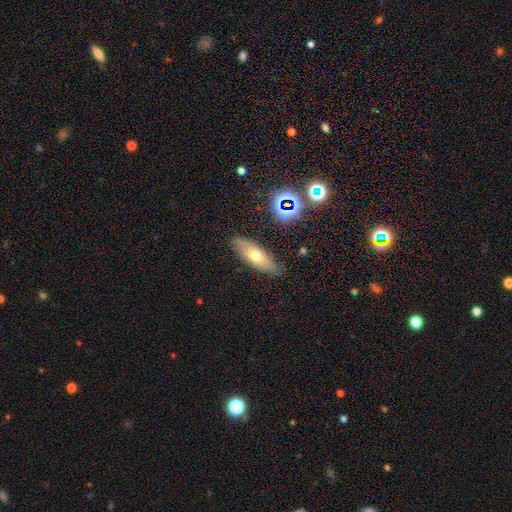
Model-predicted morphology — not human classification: This is possibly a smooth galaxy (55%). How rounded: likely in between (60%). Merging: clearly none (83%).